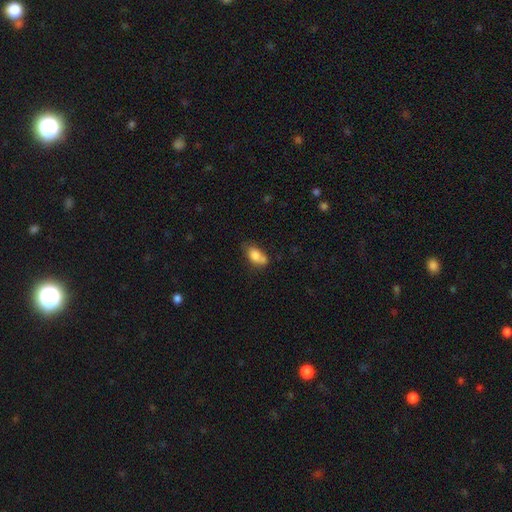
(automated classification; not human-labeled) smooth-or-featured: smooth: 79% | featured or disk: 13% | star or artifact: 8%
  how-rounded: in between: 85% | round: 11% | cigar-shaped: 4%
  merging: none: 43% | minor disturbance: 26% | merger: 22% | major disturbance: 8%